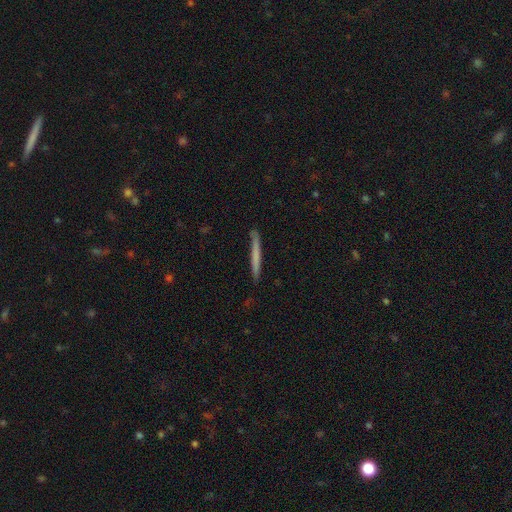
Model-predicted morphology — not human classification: A smooth galaxy with no disk features (58%) that is cigar-shaped (97%). Merging: none (87%).